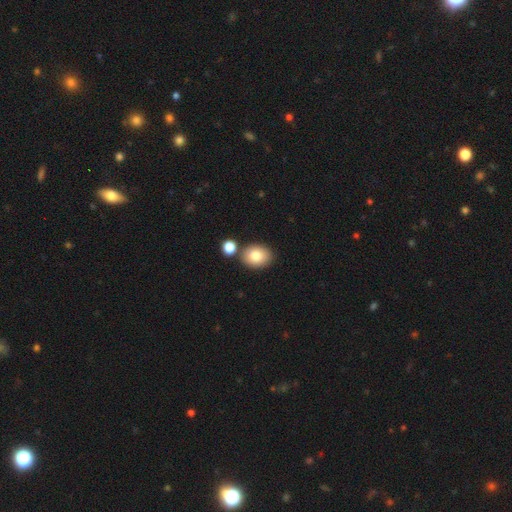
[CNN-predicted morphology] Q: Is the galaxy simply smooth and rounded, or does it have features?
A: smooth — 81%.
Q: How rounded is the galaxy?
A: in between — 55%.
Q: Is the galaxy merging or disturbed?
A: none — 76%.